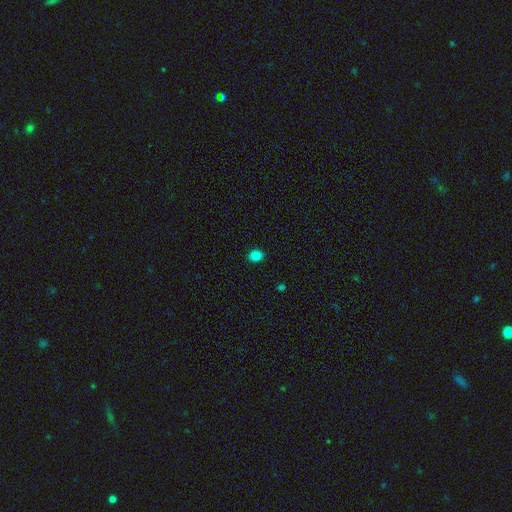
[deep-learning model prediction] smooth_or_featured: smooth (p=0.84) [alt: star or artifact p=0.12]
how_rounded: round (p=0.56) [alt: in between p=0.43]
merging: none (p=0.90) [alt: minor disturbance p=0.07]